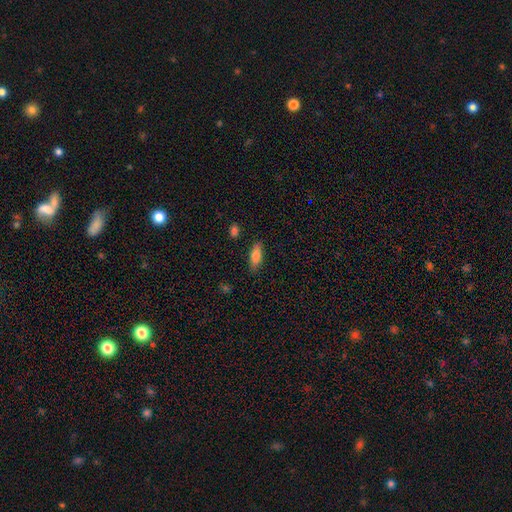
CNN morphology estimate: Smooth or featured: smooth — 76% (featured or disk — 17%)
How rounded: in between — 64% (cigar-shaped — 34%)
Merging: none — 85% (minor disturbance — 11%)